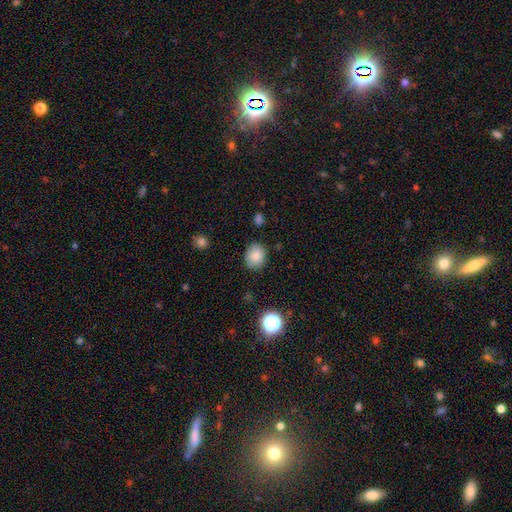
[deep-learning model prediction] Overall: smooth (84%). How rounded: round (61%; in between 38%). Merging: none (83%).